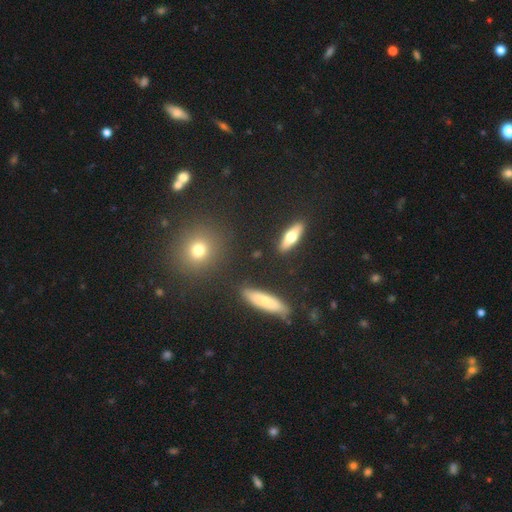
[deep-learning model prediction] Morphology: type=smooth (43%); merging=none (83%).